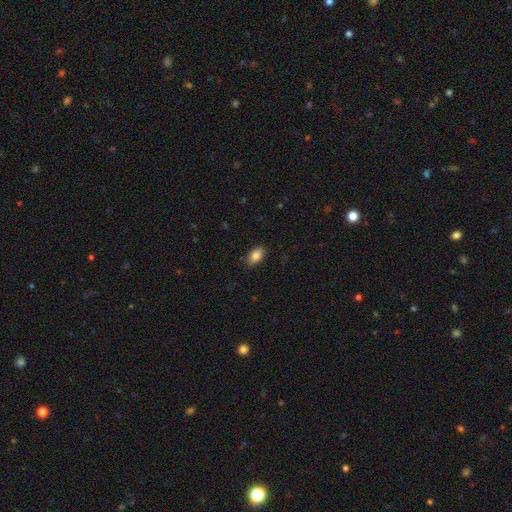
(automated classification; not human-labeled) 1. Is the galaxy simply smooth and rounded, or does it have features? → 85% smooth, 8% star or artifact, 8% featured or disk.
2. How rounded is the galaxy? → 91% in between, 6% round, 3% cigar-shaped.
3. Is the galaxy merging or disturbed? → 86% none, 11% minor disturbance, 2% major disturbance, 1% merger.